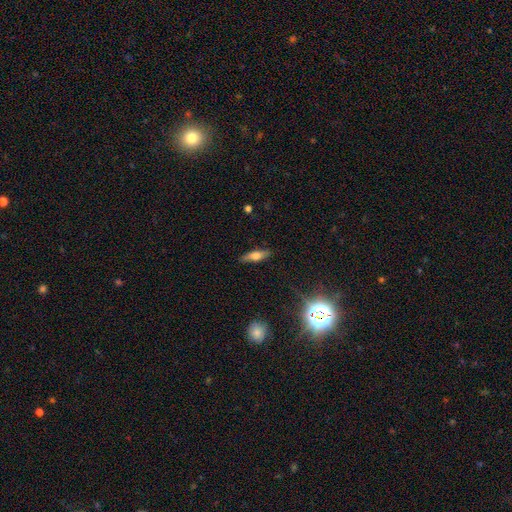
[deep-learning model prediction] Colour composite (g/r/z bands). It shows a smooth galaxy with no disk features (57%) that is cigar-shaped (50%). Merging: none (84%).